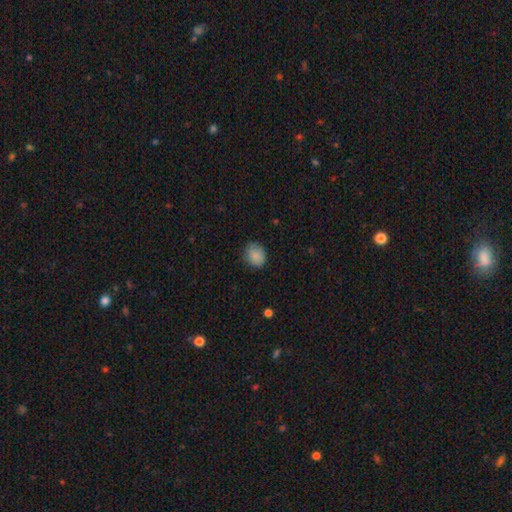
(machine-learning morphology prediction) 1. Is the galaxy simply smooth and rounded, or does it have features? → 87% smooth, 8% star or artifact, 5% featured or disk.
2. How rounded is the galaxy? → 64% round, 35% in between, 1% cigar-shaped.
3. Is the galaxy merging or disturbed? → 80% none, 16% minor disturbance, 3% major disturbance, 1% merger.